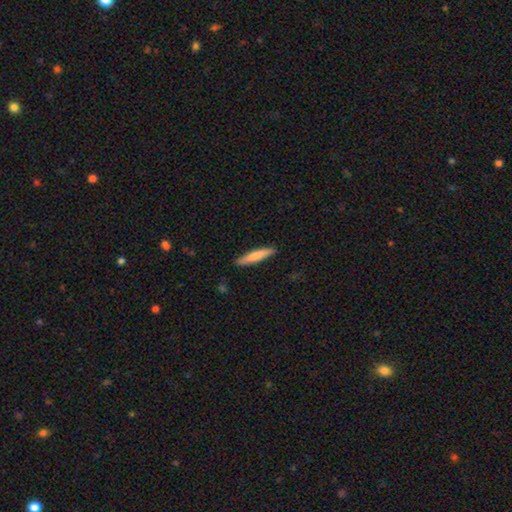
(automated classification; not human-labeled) Smooth or featured? smooth (76%)
How rounded? cigar-shaped (90%)
Merging? none (89%)